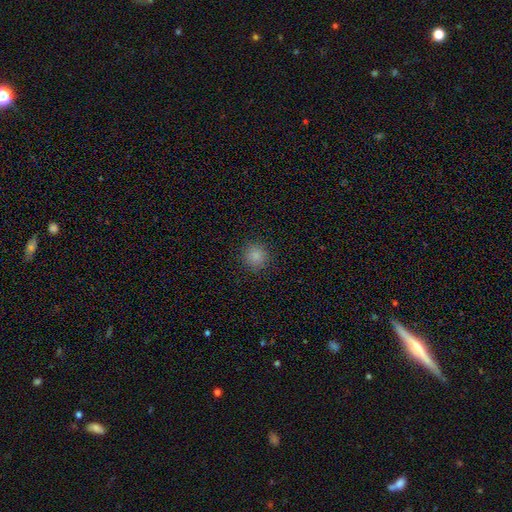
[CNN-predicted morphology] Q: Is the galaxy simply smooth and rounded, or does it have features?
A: smooth — 84%.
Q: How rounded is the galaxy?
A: round — 93%.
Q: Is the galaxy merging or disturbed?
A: none — 90%.